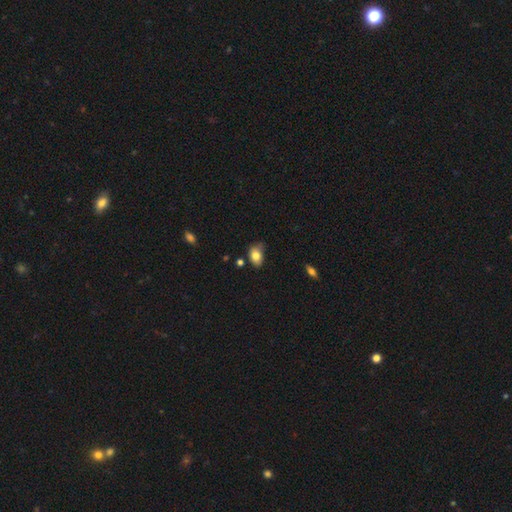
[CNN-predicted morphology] A smooth galaxy with no disk features (79%) that is in between round and cigar-shaped (82%).

Vote fractions:
- Smooth or featured? smooth: 79% / featured or disk: 12% / star or artifact: 9%
- How rounded? in between: 82% / round: 16% / cigar-shaped: 1%
- Merging? none: 51% / minor disturbance: 36% / major disturbance: 9% / merger: 4%